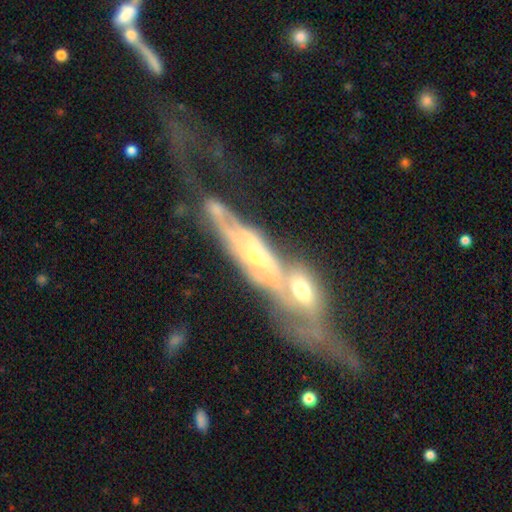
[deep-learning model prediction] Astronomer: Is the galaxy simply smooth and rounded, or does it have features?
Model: featured or disk — 80%.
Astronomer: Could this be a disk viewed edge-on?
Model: no — 66%.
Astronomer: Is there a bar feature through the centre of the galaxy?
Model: no — 66%.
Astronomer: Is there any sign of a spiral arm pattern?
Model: yes — 70%.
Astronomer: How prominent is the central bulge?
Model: moderate — 47% (runner-up: small, 39%).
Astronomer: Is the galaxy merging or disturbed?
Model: merger — 54%.